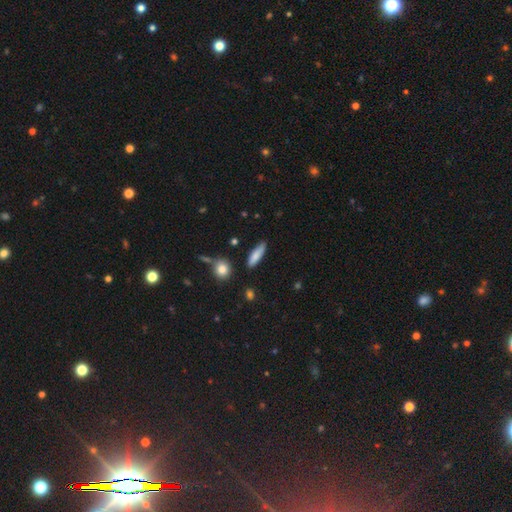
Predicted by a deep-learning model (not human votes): smooth-or-featured: smooth: 81% | featured or disk: 13% | star or artifact: 7%
  how-rounded: cigar-shaped: 64% | in between: 33% | round: 3%
  merging: none: 81% | minor disturbance: 14% | merger: 3% | major disturbance: 3%